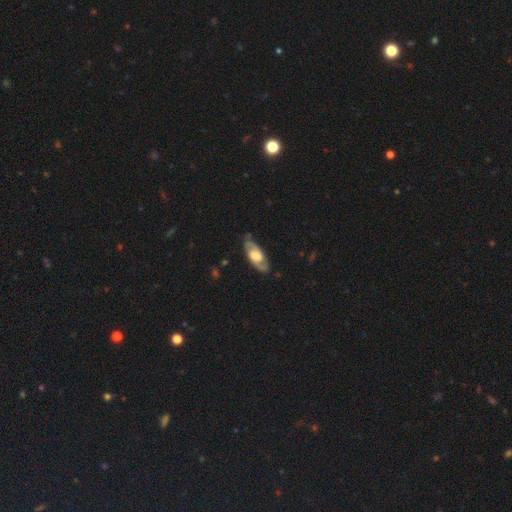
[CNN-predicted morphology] smooth_or_featured: featured or disk (p=0.66) [alt: smooth p=0.29]
disk_edge_on: no (p=0.82) [alt: yes p=0.18]
bar: no (p=0.49) [alt: weak p=0.38]
has_spiral_arms: yes (p=0.77) [alt: no p=0.23]
bulge_size: large (p=0.47) [alt: moderate p=0.36]
merging: none (p=0.77) [alt: minor disturbance p=0.17]